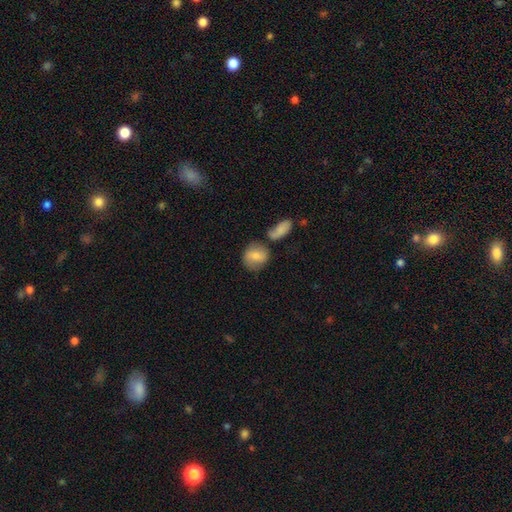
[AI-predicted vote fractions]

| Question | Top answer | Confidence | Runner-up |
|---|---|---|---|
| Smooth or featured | smooth | 75% | featured or disk (18%) |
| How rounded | round | 71% | in between (27%) |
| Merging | none | 63% | minor disturbance (16%) |